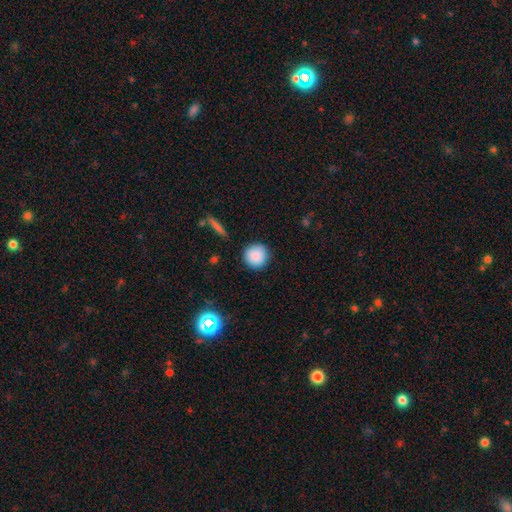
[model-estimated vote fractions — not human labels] smooth 87%, star or artifact 8%, featured or disk 4%. Down the decision tree: how rounded — round (94%); merging — none (90%).